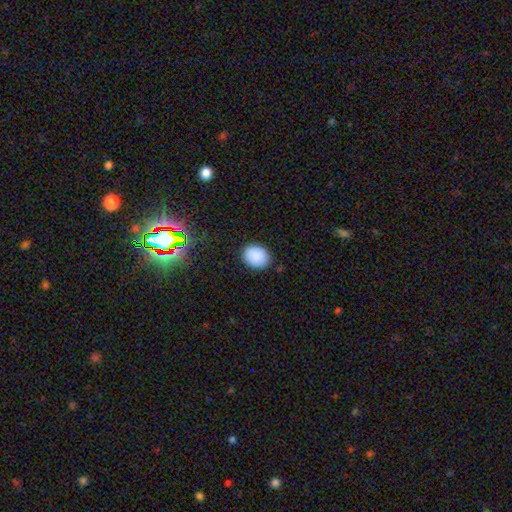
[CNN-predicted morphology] A smooth galaxy with no disk features (88%) that is in between round and cigar-shaped (52%). Merging: none (87%).